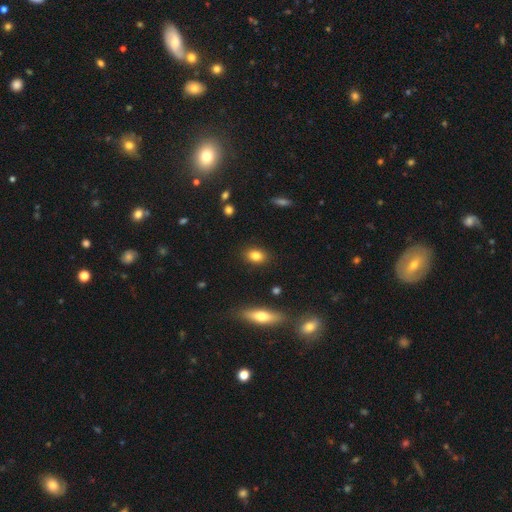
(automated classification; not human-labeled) The model was most divided on "how rounded": in between: 72%, round: 25%, cigar-shaped: 3%. More confident: merging — none (88%); smooth or featured — smooth (83%).